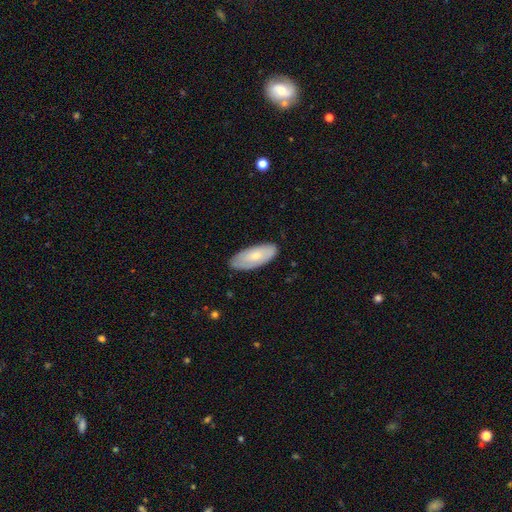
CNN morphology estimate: A smooth galaxy with no disk features (70%) that is in between round and cigar-shaped (84%).

Vote fractions:
- Smooth or featured? smooth: 70% / featured or disk: 25% / star or artifact: 6%
- How rounded? in between: 84% / cigar-shaped: 14% / round: 2%
- Merging? none: 82% / minor disturbance: 14% / major disturbance: 2% / merger: 1%